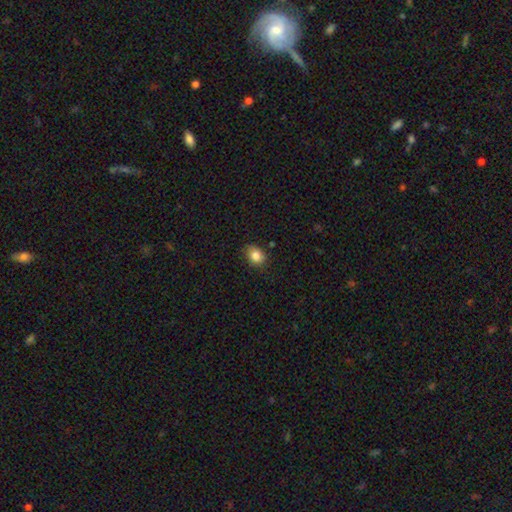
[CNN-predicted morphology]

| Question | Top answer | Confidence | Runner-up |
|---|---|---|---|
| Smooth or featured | smooth | 85% | star or artifact (9%) |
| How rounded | in between | 58% | round (41%) |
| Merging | none | 76% | minor disturbance (19%) |